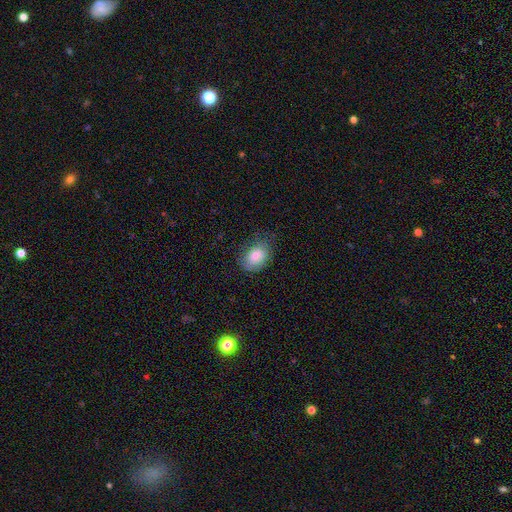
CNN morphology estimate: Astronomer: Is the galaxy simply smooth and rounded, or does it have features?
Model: smooth — 82%.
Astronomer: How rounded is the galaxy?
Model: in between — 80%.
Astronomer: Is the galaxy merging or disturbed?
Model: none — 65%.